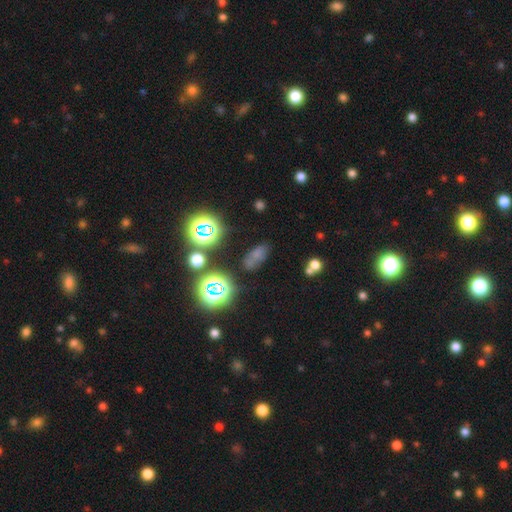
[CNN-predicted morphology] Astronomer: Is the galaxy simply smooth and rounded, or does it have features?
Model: smooth — 55% (runner-up: star or artifact, 33%).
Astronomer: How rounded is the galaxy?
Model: in between — 80%.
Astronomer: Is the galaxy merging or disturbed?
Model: none — 64%.